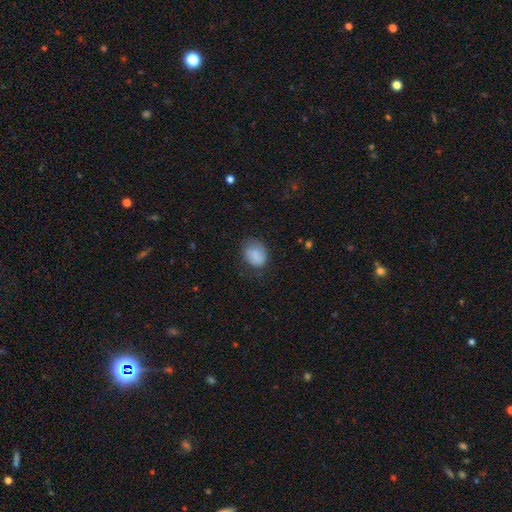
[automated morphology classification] Smooth or featured? smooth (83%)
How rounded? in between (55%)
Merging? none (63%)